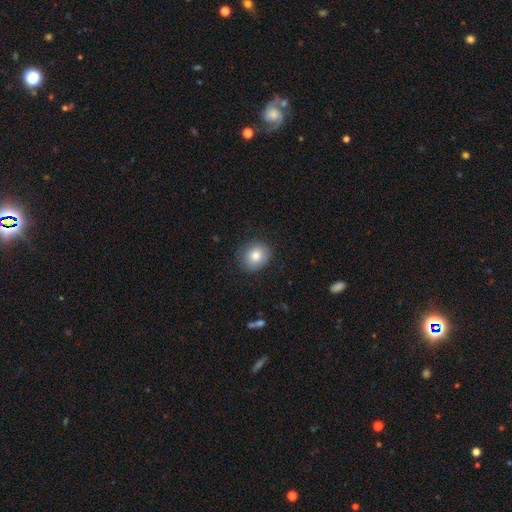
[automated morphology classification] A smooth galaxy with no disk features (80%) that is round (69%). Merging: none (84%).